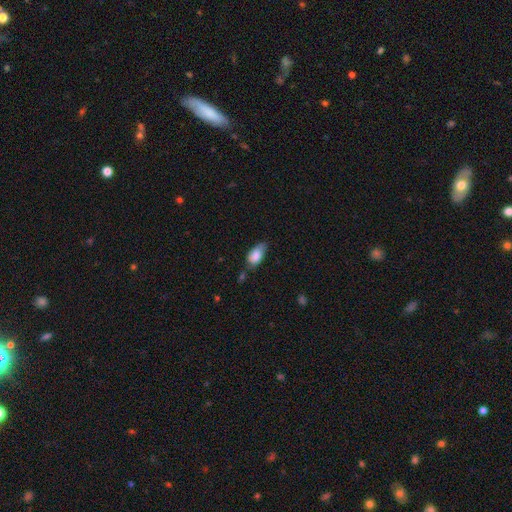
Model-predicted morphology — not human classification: Smooth or featured? smooth (83%)
How rounded? in between (91%)
Merging? none (49%)